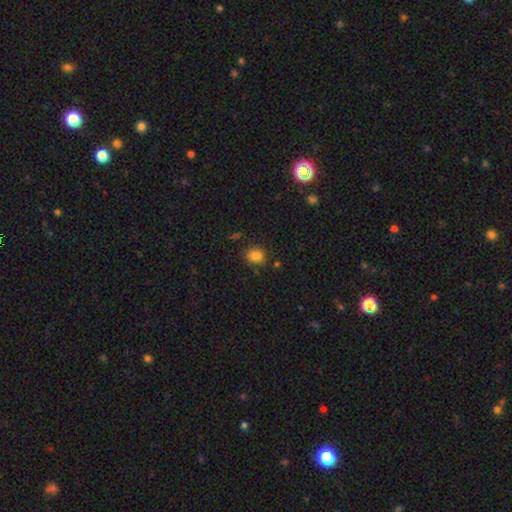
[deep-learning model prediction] Smooth or featured?
  - smooth: 83% *
  - star or artifact: 12%
  - featured or disk: 5%
How rounded?
  - round: 66% *
  - in between: 33%
  - cigar-shaped: 1%
Merging?
  - none: 82% *
  - minor disturbance: 12%
  - merger: 3%
  - major disturbance: 3%